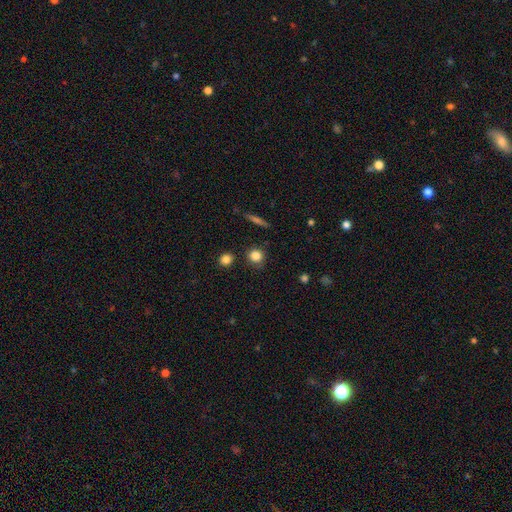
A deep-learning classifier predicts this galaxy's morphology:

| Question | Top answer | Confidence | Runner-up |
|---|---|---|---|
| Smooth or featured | smooth | 83% | star or artifact (11%) |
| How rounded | round | 89% | in between (9%) |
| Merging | none | 84% | minor disturbance (10%) |